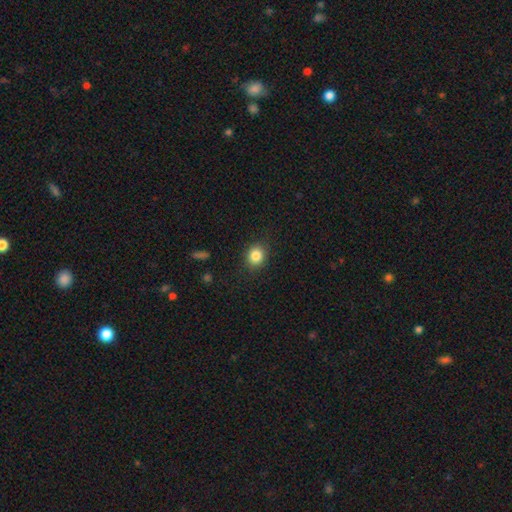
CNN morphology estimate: Smooth or featured? Predicted: smooth (p=0.84). How rounded? Predicted: round (p=0.68). Merging? Predicted: none (p=0.87).